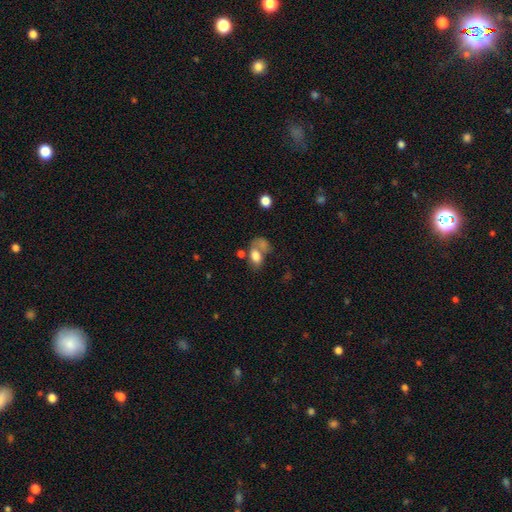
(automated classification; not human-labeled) This is likely a smooth galaxy (73%). How rounded: clearly in between (84%). Merging: marginally merger (39%).